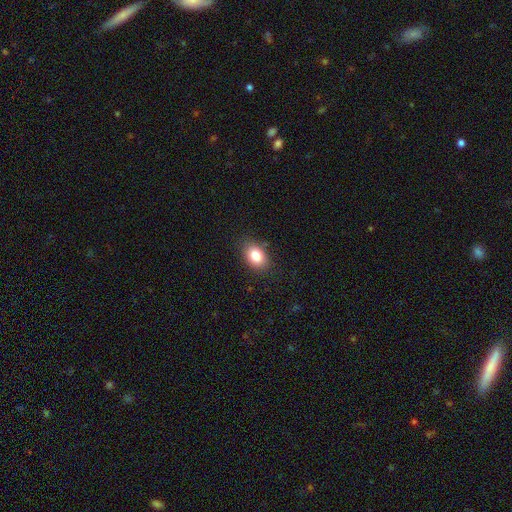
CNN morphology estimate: smooth_or_featured: smooth (p=0.83) [alt: star or artifact p=0.09]
how_rounded: in between (p=0.78) [alt: round p=0.21]
merging: none (p=0.85) [alt: minor disturbance p=0.11]